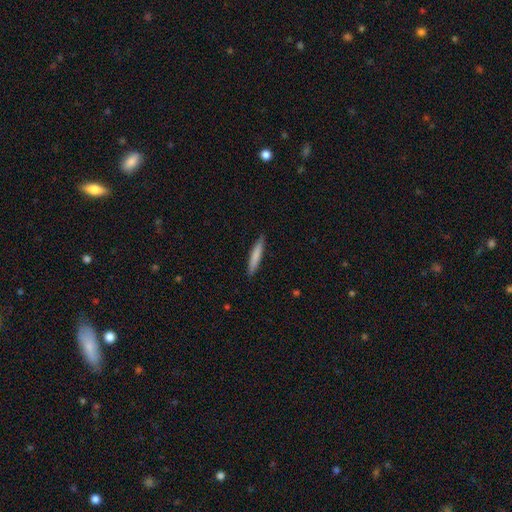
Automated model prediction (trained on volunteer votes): This appears to be a smooth galaxy with no disk features (78%) that is cigar-shaped (93%). Merging: none (89%).